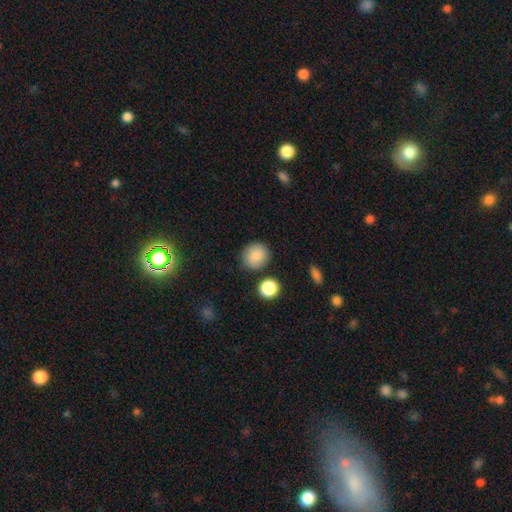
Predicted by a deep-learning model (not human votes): A smooth galaxy with no disk features (84%) that is round (83%).

Vote fractions:
- Smooth or featured? smooth: 84% / star or artifact: 9% / featured or disk: 7%
- How rounded? round: 83% / in between: 16% / cigar-shaped: 1%
- Merging? none: 83% / minor disturbance: 10% / merger: 3% / major disturbance: 3%